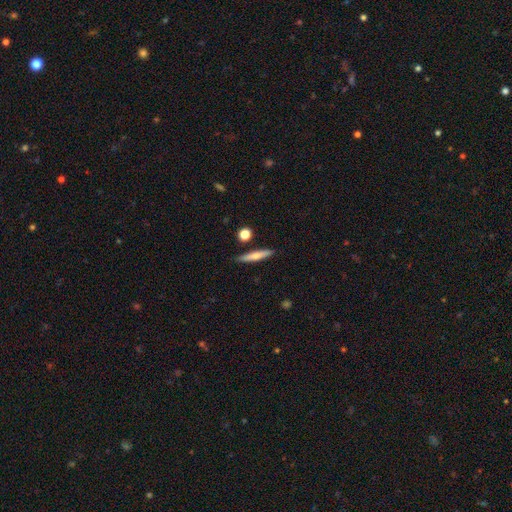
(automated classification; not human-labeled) This appears to be a smooth galaxy with no disk features (56%) that is cigar-shaped (90%). Merging: none (86%).